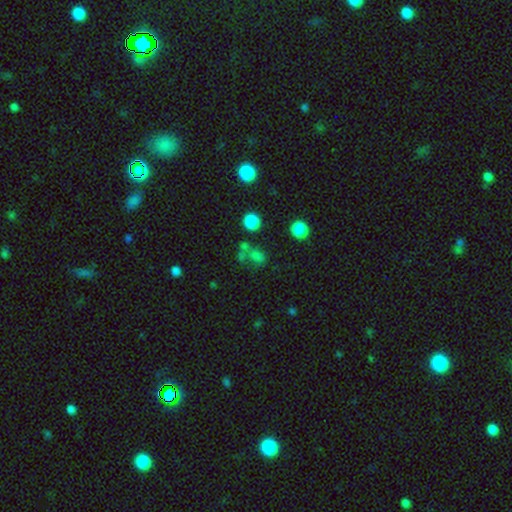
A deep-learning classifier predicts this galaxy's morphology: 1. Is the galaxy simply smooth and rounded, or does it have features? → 60% smooth, 29% star or artifact, 11% featured or disk.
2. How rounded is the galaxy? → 58% round, 40% in between, 2% cigar-shaped.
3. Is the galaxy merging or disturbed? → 50% none, 26% merger, 13% minor disturbance, 10% major disturbance.